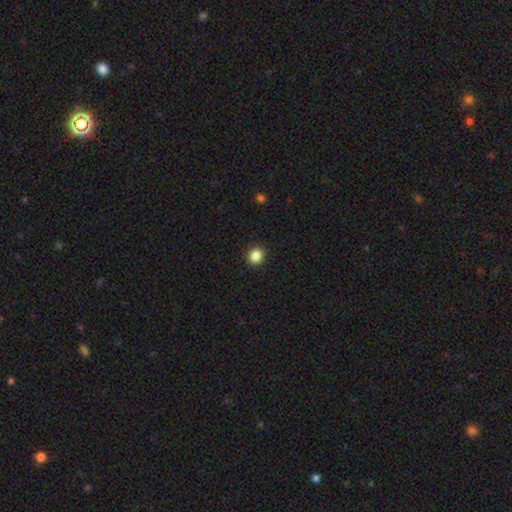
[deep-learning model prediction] Morphology: type=smooth (86%); roundness=round (83%); merging=none (92%).